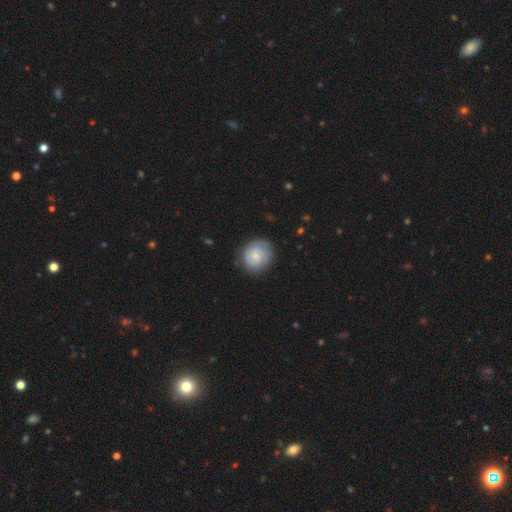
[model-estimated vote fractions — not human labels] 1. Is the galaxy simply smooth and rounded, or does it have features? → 48% featured or disk, 45% smooth, 6% star or artifact.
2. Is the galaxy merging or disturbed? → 78% none, 16% minor disturbance, 4% major disturbance, 1% merger.